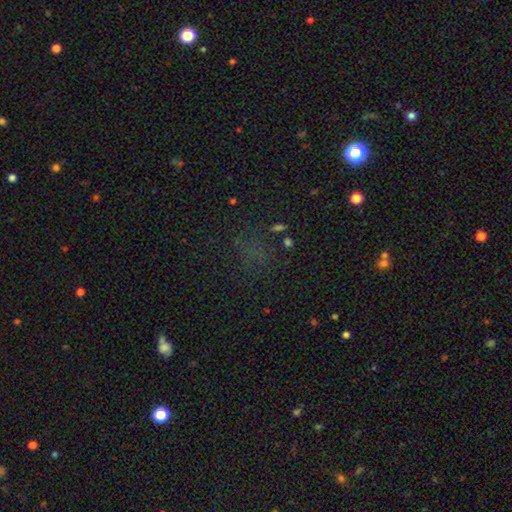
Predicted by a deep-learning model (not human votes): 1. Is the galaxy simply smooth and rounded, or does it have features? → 50% star or artifact, 38% smooth, 12% featured or disk.